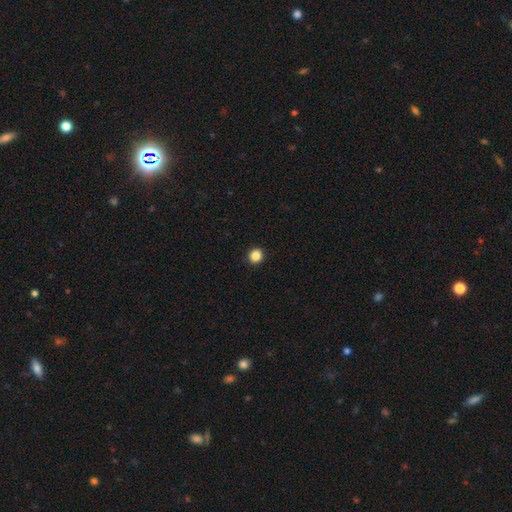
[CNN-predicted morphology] smooth-or-featured: smooth: 87% | star or artifact: 11% | featured or disk: 3%
  how-rounded: round: 89% | in between: 10% | cigar-shaped: 1%
  merging: none: 93% | minor disturbance: 5% | major disturbance: 1% | merger: 1%